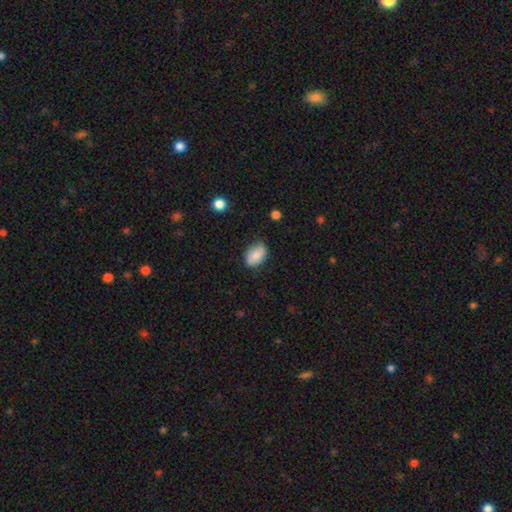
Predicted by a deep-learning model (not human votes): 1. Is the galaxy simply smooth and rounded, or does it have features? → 83% smooth, 10% featured or disk, 7% star or artifact.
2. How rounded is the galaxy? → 89% in between, 10% round, 1% cigar-shaped.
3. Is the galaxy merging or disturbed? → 78% none, 17% minor disturbance, 3% major disturbance, 1% merger.